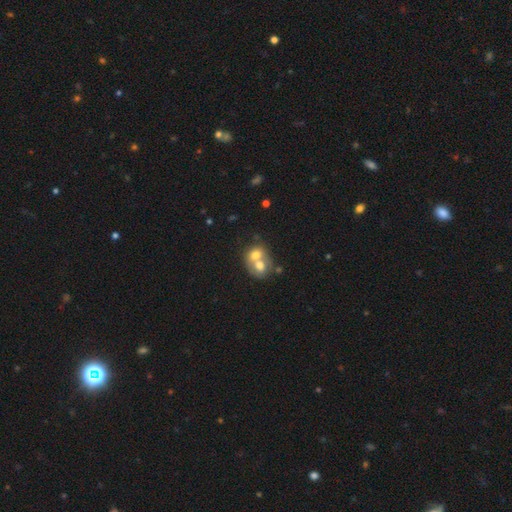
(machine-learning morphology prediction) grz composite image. It shows a smooth galaxy with no disk features (61%) that is round (57%). Merging: merger (75%).